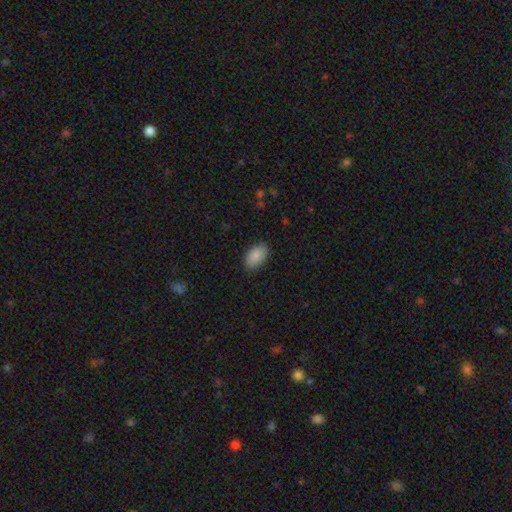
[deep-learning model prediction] This appears to be a smooth galaxy with no disk features (88%) that is in between round and cigar-shaped (93%). Merging: none (87%).